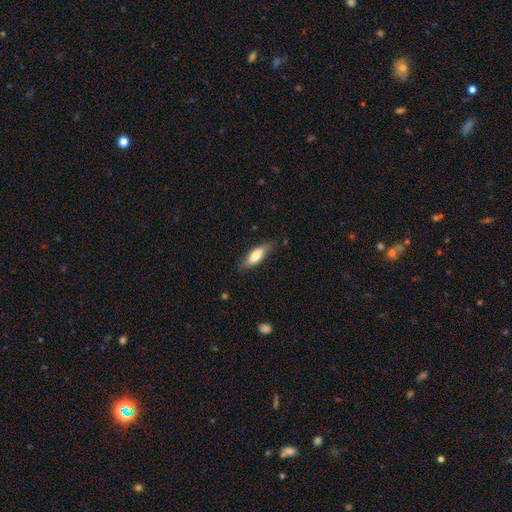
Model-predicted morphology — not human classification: Smooth or featured?
  - smooth: 73% *
  - featured or disk: 21%
  - star or artifact: 6%
How rounded?
  - in between: 62% *
  - cigar-shaped: 36%
  - round: 2%
Merging?
  - none: 77% *
  - minor disturbance: 19%
  - major disturbance: 4%
  - merger: 1%